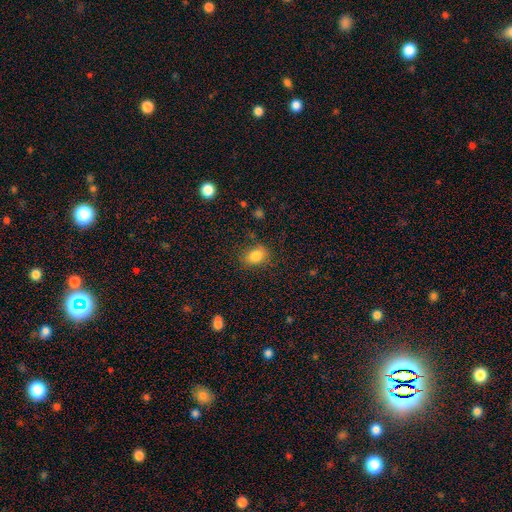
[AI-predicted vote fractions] The model was most divided on "how rounded": in between: 70%, round: 29%, cigar-shaped: 1%. More confident: smooth or featured — smooth (83%); merging — none (75%).